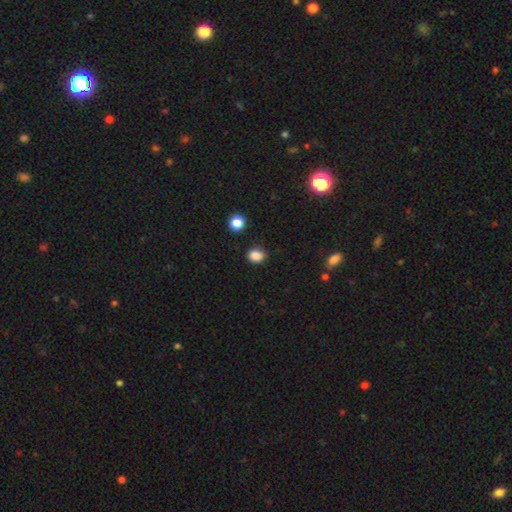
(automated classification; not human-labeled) Q: Smooth or featured?
A: smooth (86%); runner-up: star or artifact (11%)
Q: How rounded?
A: round (53%); runner-up: in between (46%)
Q: Merging?
A: none (85%); runner-up: minor disturbance (10%)